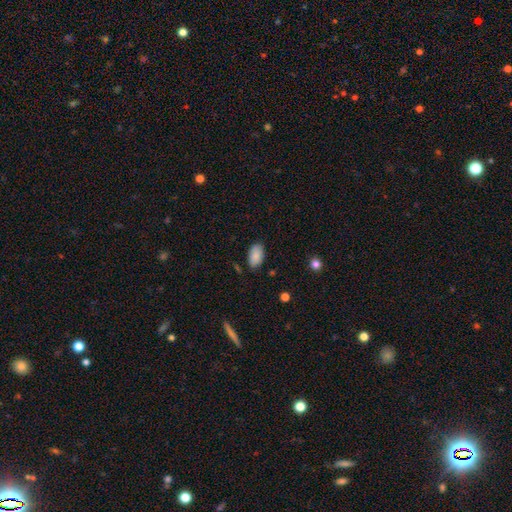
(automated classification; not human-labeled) Smooth or featured? Predicted: smooth (p=0.88). How rounded? Predicted: in between (p=0.94). Merging? Predicted: none (p=0.82).